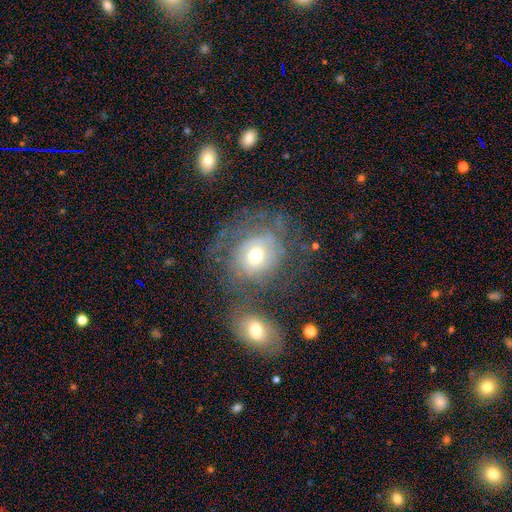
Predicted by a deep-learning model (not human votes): The model was most divided on "smooth or featured": featured or disk: 54%, smooth: 36%, star or artifact: 10%. Remaining: edge-on disk — no (96%); bar — no (78%); bulge size — moderate (71%); spiral arms — yes (62%); merging — none (46%).